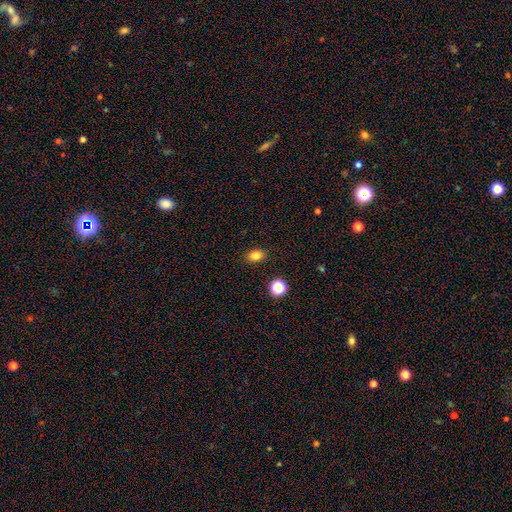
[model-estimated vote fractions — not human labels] Morphology: type=smooth (82%); roundness=in between (75%); merging=none (87%).